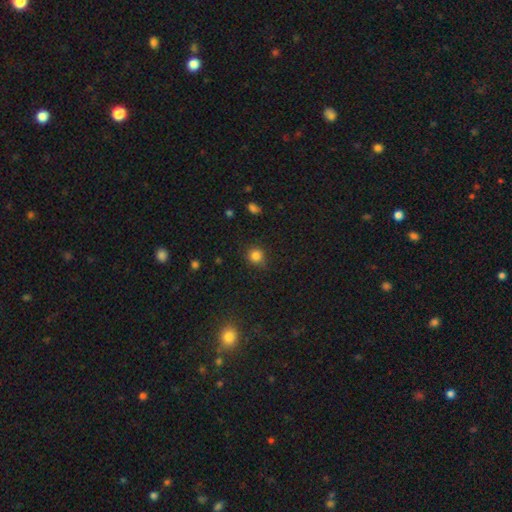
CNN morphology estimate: A smooth galaxy with no disk features (83%) that is round (88%). Merging: none (81%).